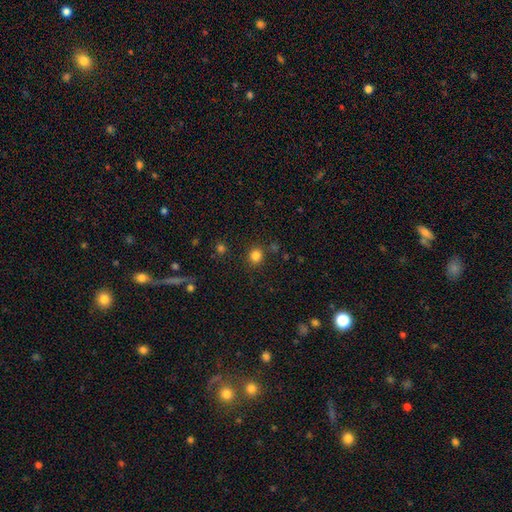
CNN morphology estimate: smooth-or-featured: smooth: 82% | star or artifact: 14% | featured or disk: 4%
  how-rounded: round: 89% | in between: 10% | cigar-shaped: 1%
  merging: none: 87% | minor disturbance: 7% | merger: 3% | major disturbance: 3%